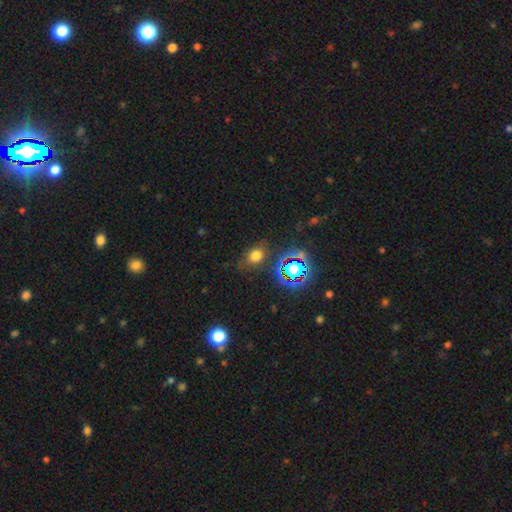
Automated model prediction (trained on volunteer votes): A smooth galaxy with no disk features (65%) that is in between round and cigar-shaped (62%). Merging: none (76%).